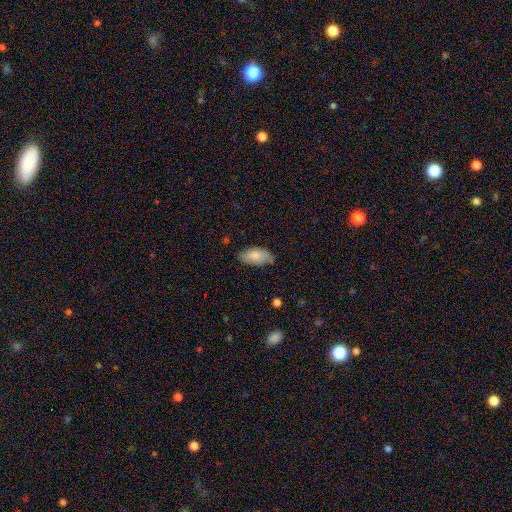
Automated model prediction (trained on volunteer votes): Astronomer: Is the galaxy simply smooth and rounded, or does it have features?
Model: smooth — 79%.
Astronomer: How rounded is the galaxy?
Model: in between — 94%.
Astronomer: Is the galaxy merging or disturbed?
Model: none — 67%.